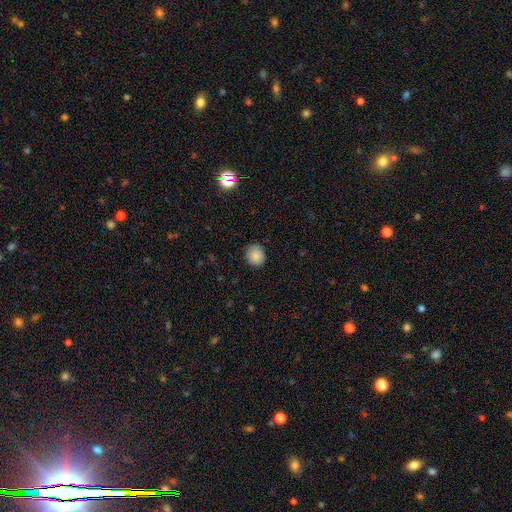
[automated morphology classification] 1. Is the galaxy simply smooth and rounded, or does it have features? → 87% smooth, 9% star or artifact, 4% featured or disk.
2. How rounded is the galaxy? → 83% round, 17% in between, 1% cigar-shaped.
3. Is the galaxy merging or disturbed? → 86% none, 11% minor disturbance, 2% major disturbance, 1% merger.